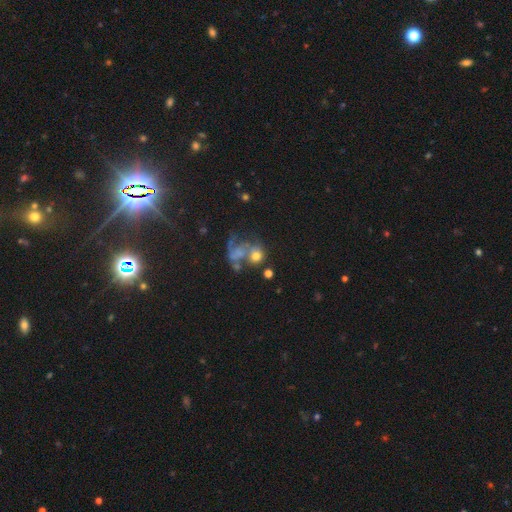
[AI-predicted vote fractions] The model was most divided on "merging": merger: 41%, none: 25%, major disturbance: 22%, minor disturbance: 11%. More confident: how rounded — round (66%); smooth or featured — smooth (55%).